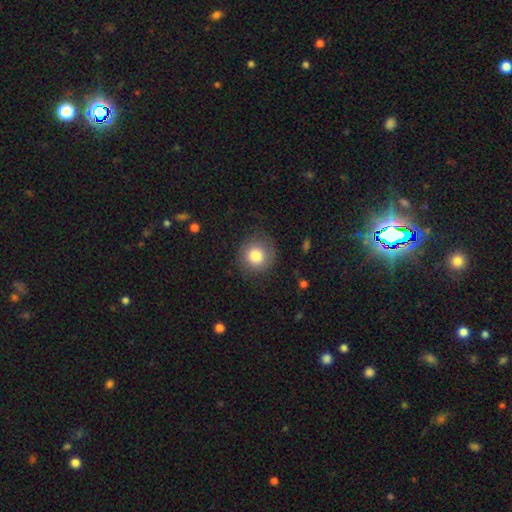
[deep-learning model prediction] Smooth or featured?
  - smooth: 76% *
  - featured or disk: 15%
  - star or artifact: 8%
How rounded?
  - round: 91% *
  - in between: 8%
  - cigar-shaped: 1%
Merging?
  - none: 74% *
  - minor disturbance: 16%
  - major disturbance: 9%
  - merger: 1%